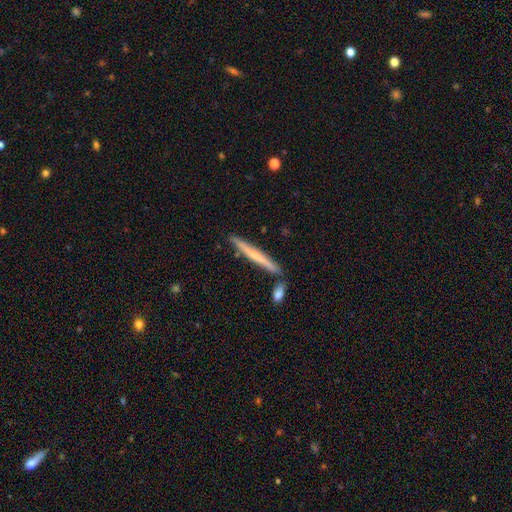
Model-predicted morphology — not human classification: smooth-or-featured: smooth: 51% | featured or disk: 43% | star or artifact: 6%
  how-rounded: cigar-shaped: 96% | in between: 3% | round: 1%
  merging: none: 80% | minor disturbance: 10% | merger: 8% | major disturbance: 2%